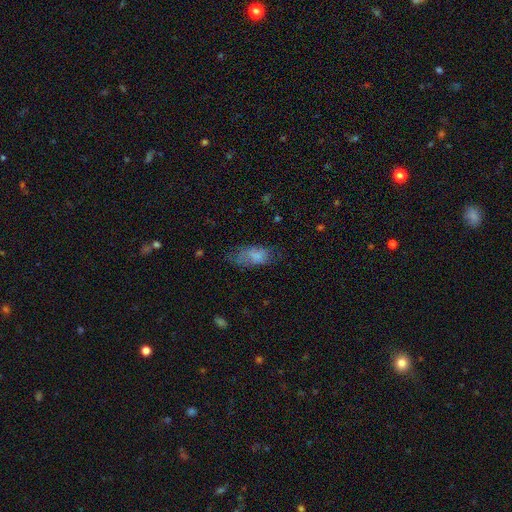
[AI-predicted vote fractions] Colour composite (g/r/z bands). It shows a smooth galaxy with no disk features (68%) that is in between round and cigar-shaped (85%). Merging: none (49%).